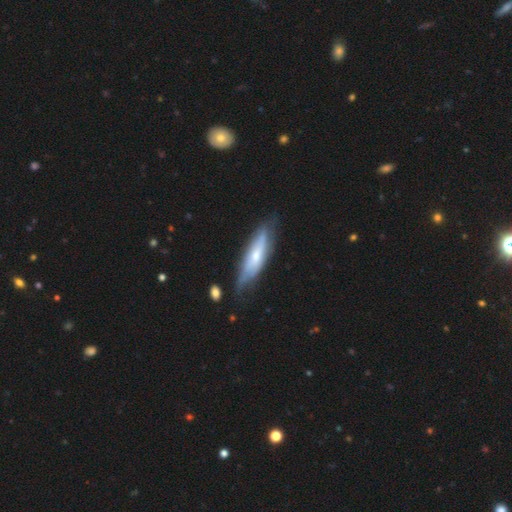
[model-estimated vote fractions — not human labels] A featured or disk galaxy (55%) viewed edge-on (57%). Merging: none (64%).